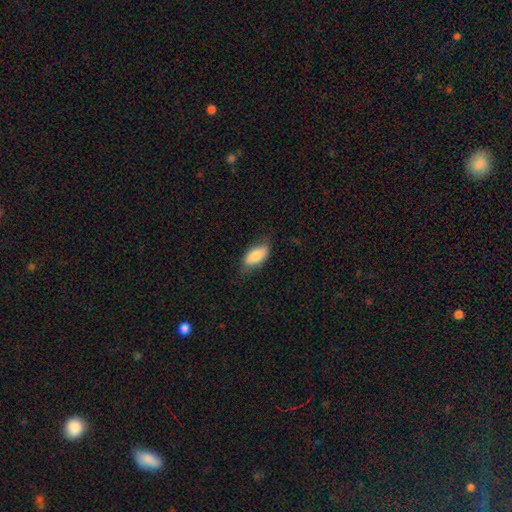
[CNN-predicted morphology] smooth_or_featured: smooth (p=0.79) [alt: featured or disk p=0.15]
how_rounded: in between (p=0.89) [alt: cigar-shaped p=0.09]
merging: none (p=0.71) [alt: minor disturbance p=0.23]